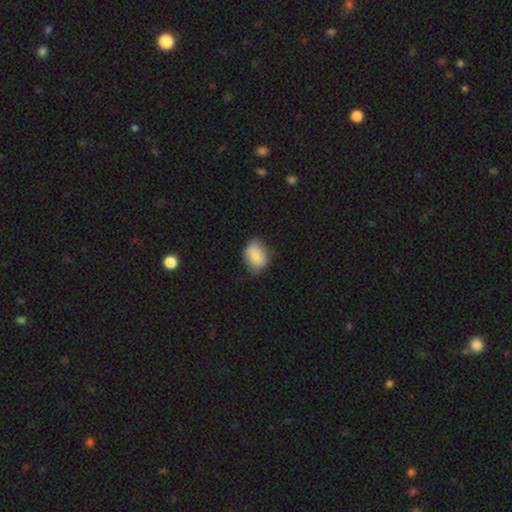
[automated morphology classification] Smooth or featured? smooth (81%)
How rounded? in between (68%)
Merging? none (68%)